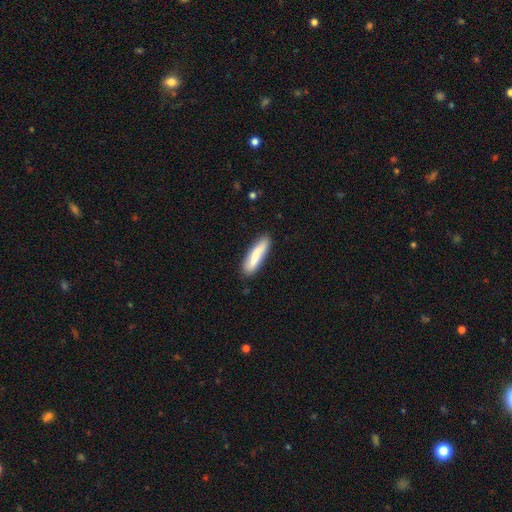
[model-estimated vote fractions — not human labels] Smooth or featured? Predicted: smooth (p=0.78). How rounded? Predicted: cigar-shaped (p=0.75). Merging? Predicted: none (p=0.83).